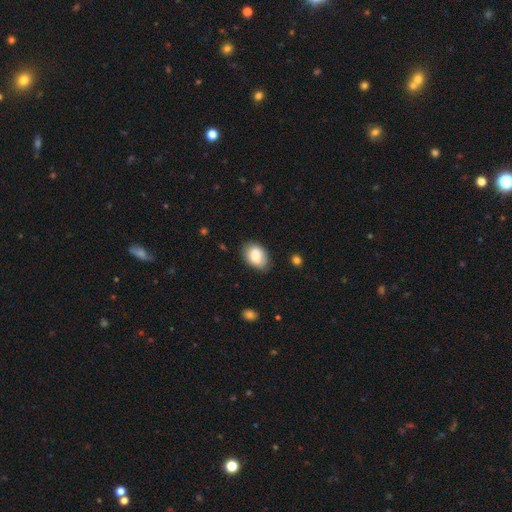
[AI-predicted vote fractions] This is clearly a smooth galaxy (81%). How rounded: clearly in between (85%). Merging: likely none (76%).